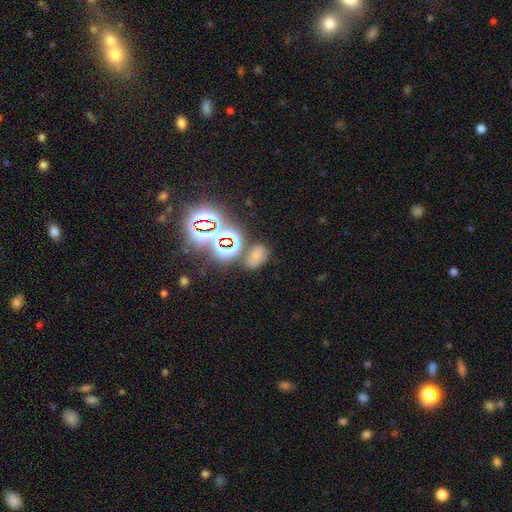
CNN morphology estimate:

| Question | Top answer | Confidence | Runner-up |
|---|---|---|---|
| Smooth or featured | smooth | 50% | star or artifact (34%) |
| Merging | none | 63% | minor disturbance (17%) |